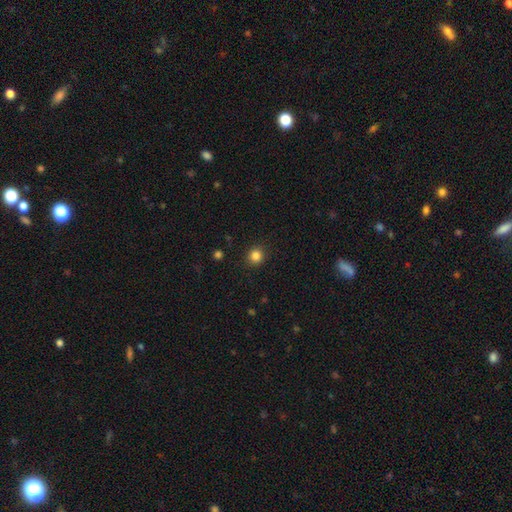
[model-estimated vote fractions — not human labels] Smooth or featured? Predicted: smooth (p=0.84). How rounded? Predicted: round (p=0.91). Merging? Predicted: none (p=0.91).